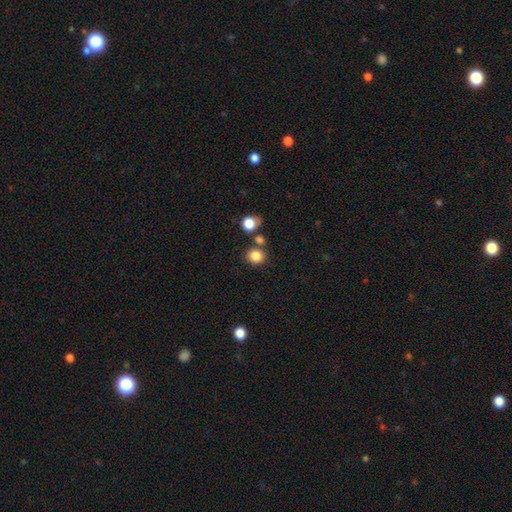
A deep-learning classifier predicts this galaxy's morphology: A smooth galaxy with no disk features (84%) that is round (81%).

Vote fractions:
- Smooth or featured? smooth: 84% / star or artifact: 11% / featured or disk: 5%
- How rounded? round: 81% / in between: 18% / cigar-shaped: 1%
- Merging? none: 73% / merger: 14% / minor disturbance: 10% / major disturbance: 3%